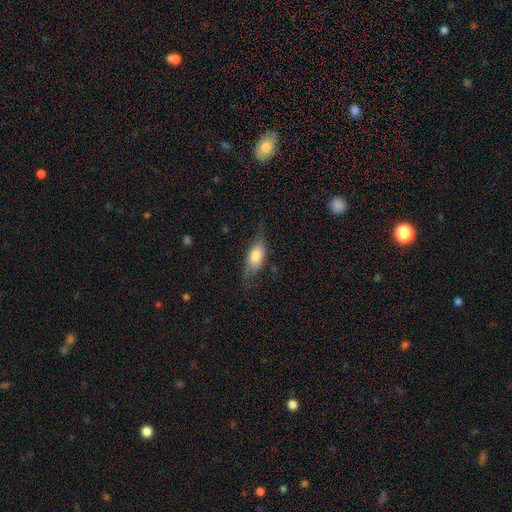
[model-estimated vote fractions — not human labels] Smooth or featured?
  - smooth: 60% *
  - featured or disk: 33%
  - star or artifact: 7%
How rounded?
  - in between: 77% *
  - cigar-shaped: 18%
  - round: 5%
Merging?
  - none: 59% *
  - minor disturbance: 26%
  - major disturbance: 14%
  - merger: 2%